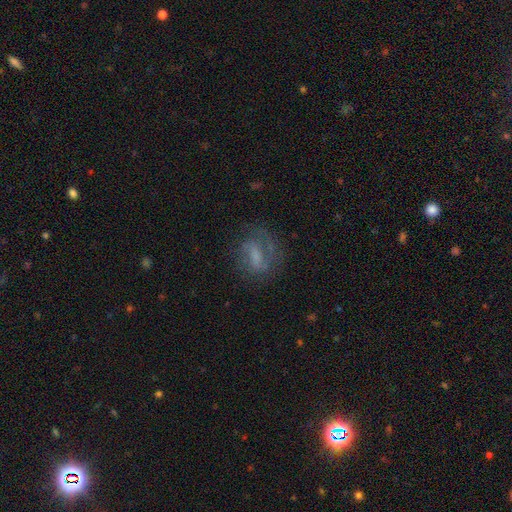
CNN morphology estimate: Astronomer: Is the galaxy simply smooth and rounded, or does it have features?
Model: featured or disk — 61%.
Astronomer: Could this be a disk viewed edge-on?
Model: no — 95%.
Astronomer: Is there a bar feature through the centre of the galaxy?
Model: weak — 46% (runner-up: no, 28%).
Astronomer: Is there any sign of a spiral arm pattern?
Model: yes — 78%.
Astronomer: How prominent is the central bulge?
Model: none — 35% (runner-up: small, 33%).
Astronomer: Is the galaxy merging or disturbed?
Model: none — 60%.